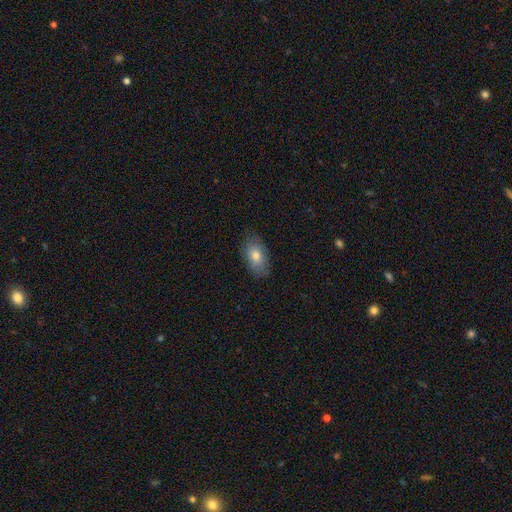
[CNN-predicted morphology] Smooth or featured: smooth — 77% (featured or disk — 15%)
How rounded: in between — 90% (round — 7%)
Merging: none — 81% (minor disturbance — 15%)